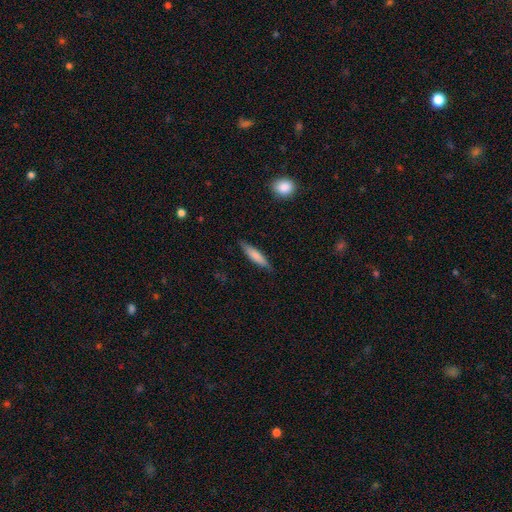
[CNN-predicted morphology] Smooth or featured?
  - smooth: 75% *
  - featured or disk: 20%
  - star or artifact: 6%
How rounded?
  - cigar-shaped: 80% *
  - in between: 18%
  - round: 1%
Merging?
  - none: 84% *
  - minor disturbance: 12%
  - major disturbance: 2%
  - merger: 1%